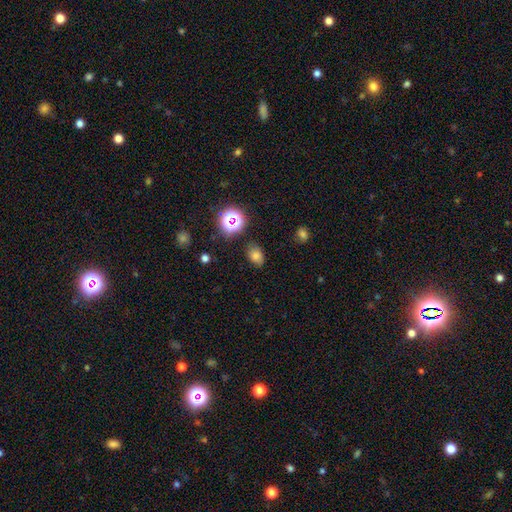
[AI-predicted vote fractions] Q: Smooth or featured?
A: smooth (69%); runner-up: star or artifact (23%)
Q: How rounded?
A: in between (73%); runner-up: round (26%)
Q: Merging?
A: none (82%); runner-up: minor disturbance (12%)